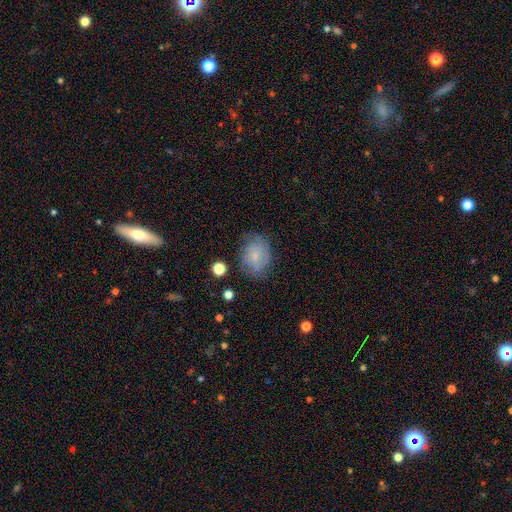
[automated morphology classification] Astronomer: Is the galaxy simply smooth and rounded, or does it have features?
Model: smooth — 60%.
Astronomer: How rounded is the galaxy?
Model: in between — 60% (runner-up: round, 39%).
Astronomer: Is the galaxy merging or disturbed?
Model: none — 65%.